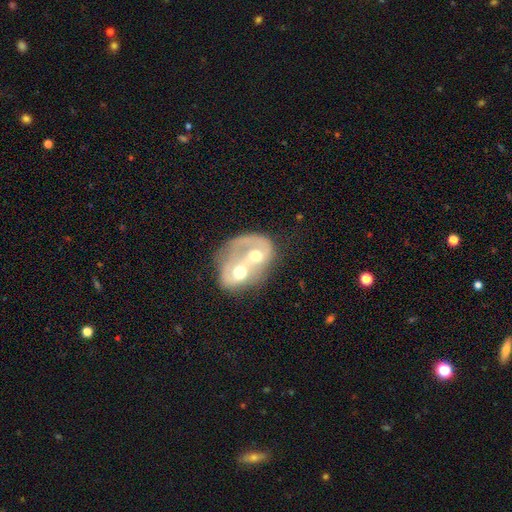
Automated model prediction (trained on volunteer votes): featured or disk 61%, smooth 31%, star or artifact 7%. Down the decision tree: edge-on disk — no (97%); bar — no (77%); spiral arms — no (54%); bulge size — moderate (68%); merging — merger (83%).